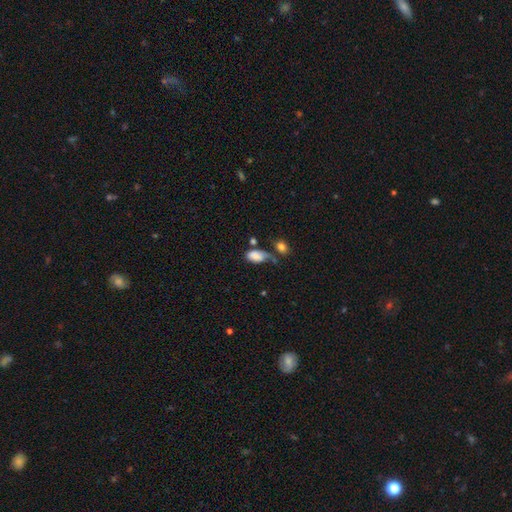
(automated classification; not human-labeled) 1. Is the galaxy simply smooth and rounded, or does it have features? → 81% smooth, 11% featured or disk, 9% star or artifact.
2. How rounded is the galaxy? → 91% in between, 6% round, 3% cigar-shaped.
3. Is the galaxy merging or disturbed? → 33% none, 24% minor disturbance, 23% merger, 20% major disturbance.